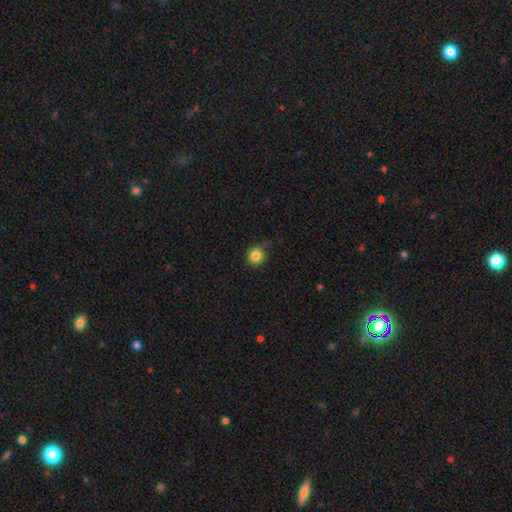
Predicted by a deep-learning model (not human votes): Smooth or featured? smooth (84%)
How rounded? round (93%)
Merging? none (80%)